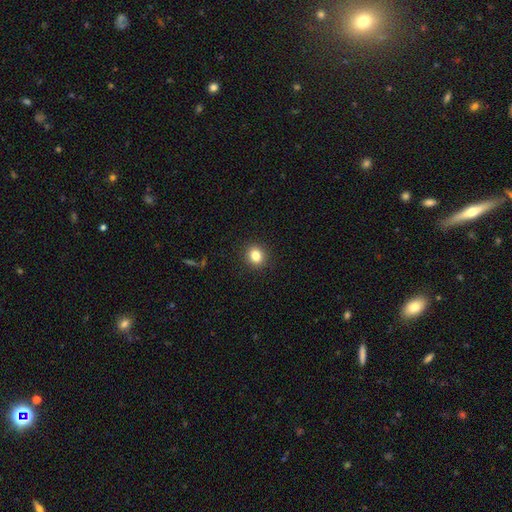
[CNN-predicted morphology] smooth 83%, star or artifact 11%, featured or disk 6%. Down the decision tree: how rounded — round (72%); merging — none (91%).